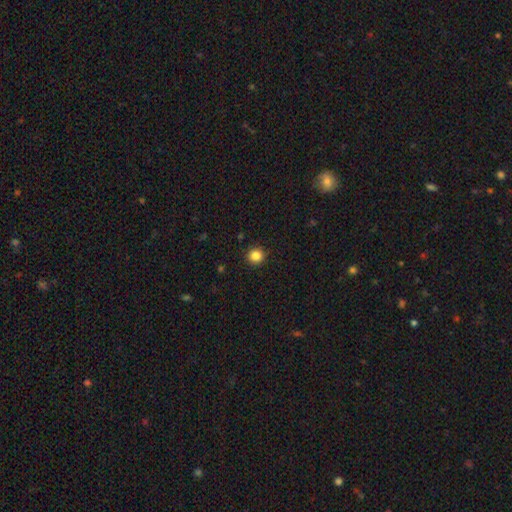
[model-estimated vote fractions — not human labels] Smooth or featured: smooth — 85% (star or artifact — 11%)
How rounded: round — 91% (in between — 8%)
Merging: none — 92% (minor disturbance — 6%)